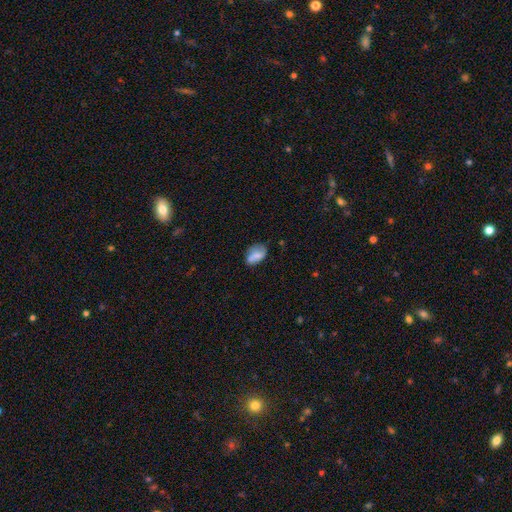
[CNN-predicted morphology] A smooth galaxy with no disk features (65%) that is in between round and cigar-shaped (88%).

Vote fractions:
- Smooth or featured? smooth: 65% / featured or disk: 26% / star or artifact: 9%
- How rounded? in between: 88% / round: 10% / cigar-shaped: 3%
- Merging? none: 54% / minor disturbance: 29% / major disturbance: 9% / merger: 7%